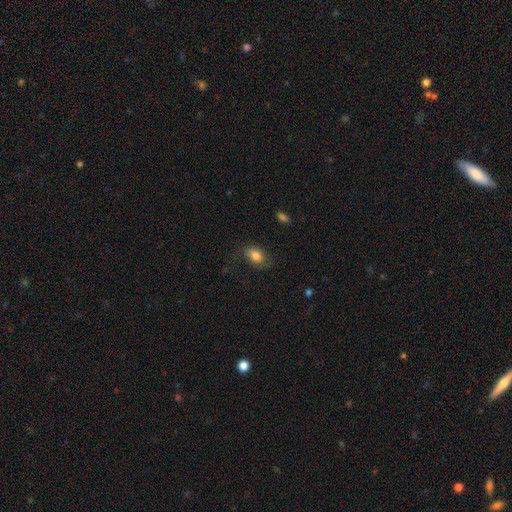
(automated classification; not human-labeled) This is likely a smooth galaxy (78%). How rounded: likely in between (78%). Merging: likely none (69%).